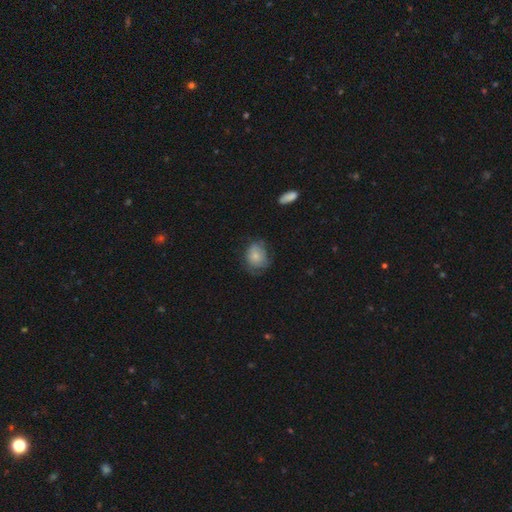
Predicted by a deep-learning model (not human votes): A smooth galaxy with no disk features (72%) that is round (52%).

Vote fractions:
- Smooth or featured? smooth: 72% / featured or disk: 20% / star or artifact: 8%
- How rounded? round: 52% / in between: 47% / cigar-shaped: 1%
- Merging? none: 51% / minor disturbance: 32% / major disturbance: 16% / merger: 2%